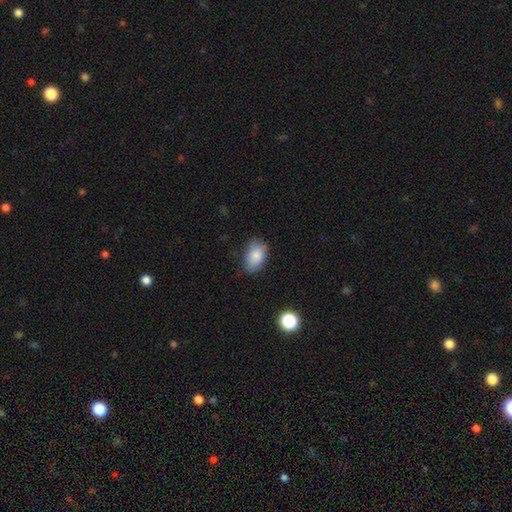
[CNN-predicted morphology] smooth 85%, star or artifact 8%, featured or disk 7%. Down the decision tree: how rounded — in between (88%); merging — none (72%).